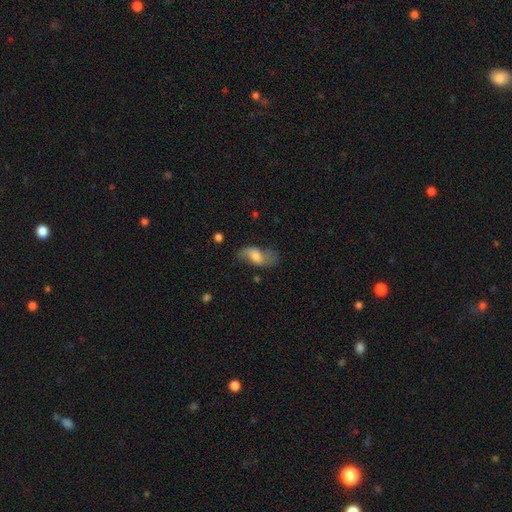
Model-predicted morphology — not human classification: type=smooth (47%); merging=none (53%).